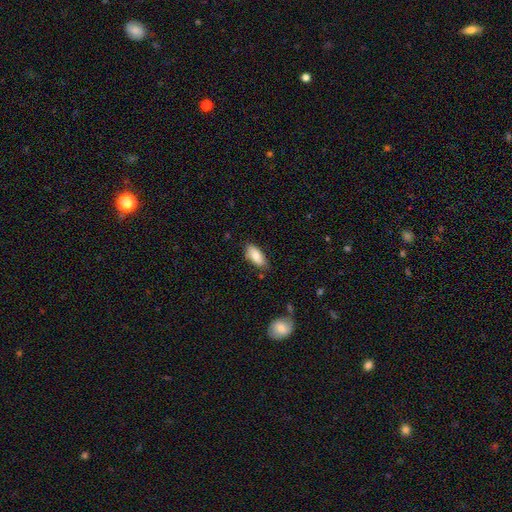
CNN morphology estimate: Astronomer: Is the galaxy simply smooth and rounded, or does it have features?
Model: smooth — 82%.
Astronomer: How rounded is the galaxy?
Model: in between — 89%.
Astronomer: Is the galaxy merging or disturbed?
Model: none — 77%.